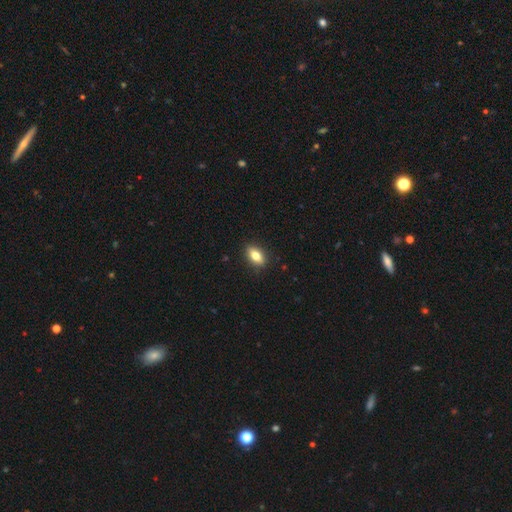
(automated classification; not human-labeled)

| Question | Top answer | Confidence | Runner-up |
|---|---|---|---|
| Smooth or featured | smooth | 76% | featured or disk (16%) |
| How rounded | in between | 83% | round (9%) |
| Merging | none | 89% | minor disturbance (8%) |